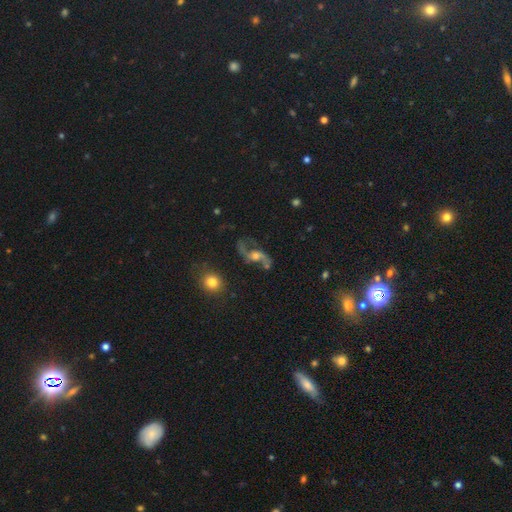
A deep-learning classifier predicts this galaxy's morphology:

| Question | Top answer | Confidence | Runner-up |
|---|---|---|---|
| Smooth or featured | featured or disk | 77% | star or artifact (13%) |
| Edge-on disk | no | 92% | yes (8%) |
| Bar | no | 55% | weak (34%) |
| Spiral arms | yes | 92% | no (8%) |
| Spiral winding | loose | 75% | medium (20%) |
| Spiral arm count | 2 | 92% | 1 (3%) |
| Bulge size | moderate | 53% | small (25%) |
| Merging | none | 67% | minor disturbance (15%) |